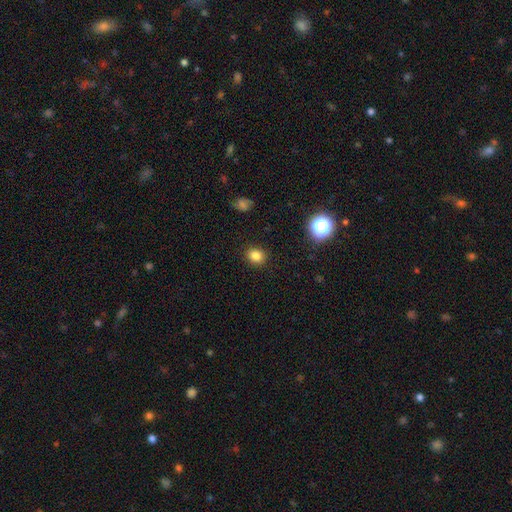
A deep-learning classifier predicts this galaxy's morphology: Smooth or featured: smooth — 82% (star or artifact — 13%)
How rounded: round — 68% (in between — 31%)
Merging: none — 90% (minor disturbance — 7%)